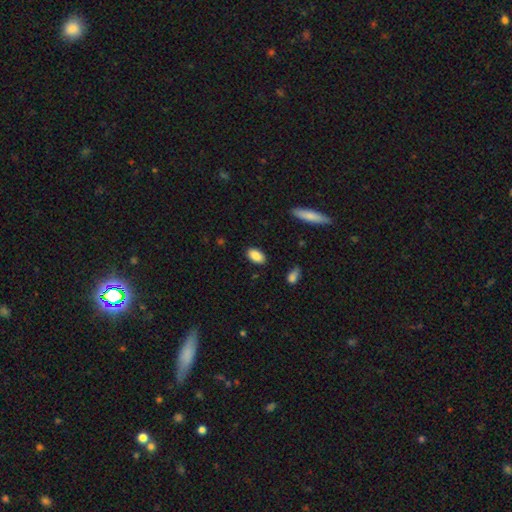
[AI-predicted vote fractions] Smooth or featured?
  - smooth: 88% *
  - star or artifact: 7%
  - featured or disk: 5%
How rounded?
  - in between: 91% *
  - round: 6%
  - cigar-shaped: 3%
Merging?
  - none: 86% *
  - minor disturbance: 10%
  - major disturbance: 2%
  - merger: 1%